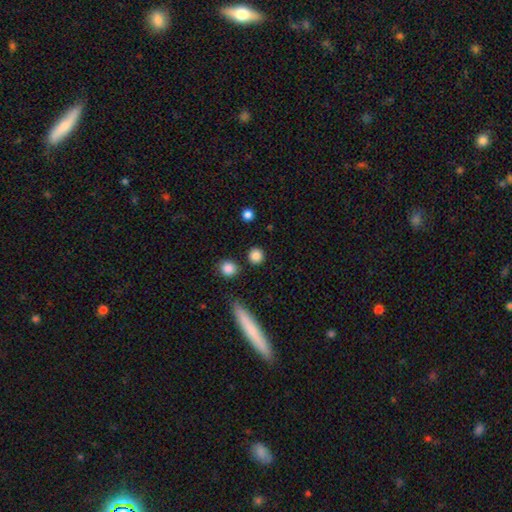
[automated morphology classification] Smooth or featured? Predicted: smooth (p=0.85). How rounded? Predicted: round (p=0.91). Merging? Predicted: none (p=0.87).